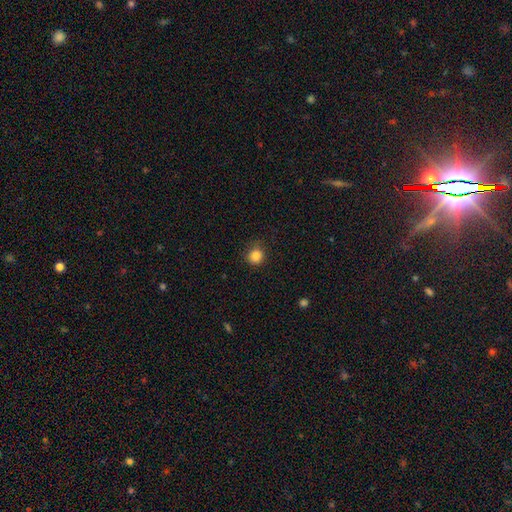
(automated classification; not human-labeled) Smooth or featured? Predicted: smooth (p=0.84). How rounded? Predicted: round (p=0.90). Merging? Predicted: none (p=0.81).